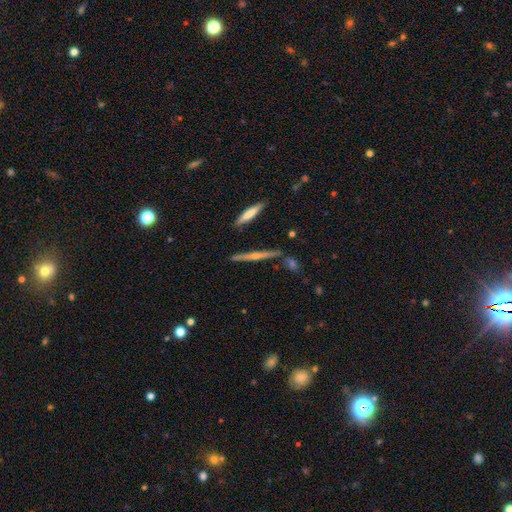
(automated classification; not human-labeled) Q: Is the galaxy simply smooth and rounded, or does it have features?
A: featured or disk — 70%.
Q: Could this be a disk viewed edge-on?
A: yes — 97%.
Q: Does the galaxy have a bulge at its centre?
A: rounded — 71%.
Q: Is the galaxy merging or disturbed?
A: none — 84%.